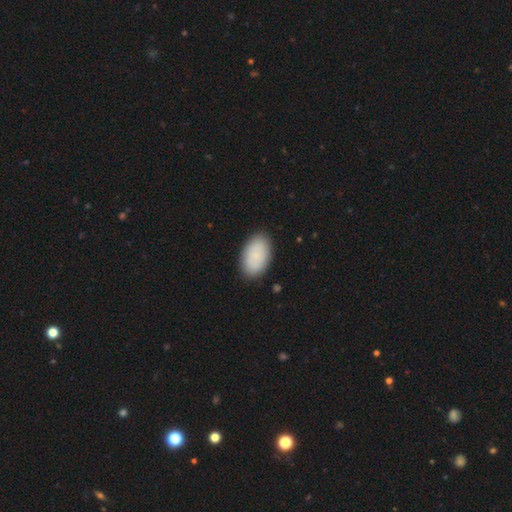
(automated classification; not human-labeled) Smooth or featured? smooth (86%)
How rounded? in between (94%)
Merging? none (88%)